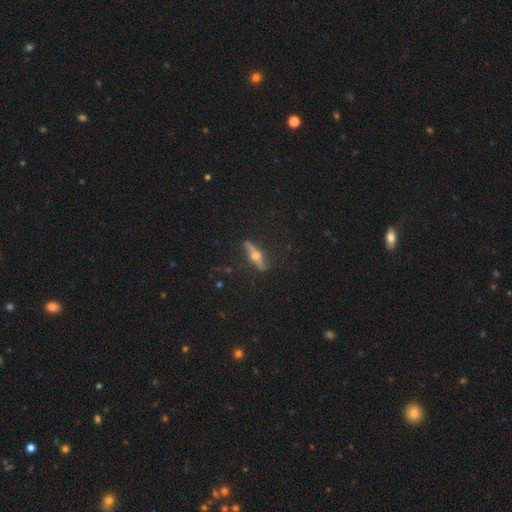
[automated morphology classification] This appears to be a featured or disk galaxy (75%) viewed edge-on (90%) with a rounded central bulge (96%). Merging: none (84%).